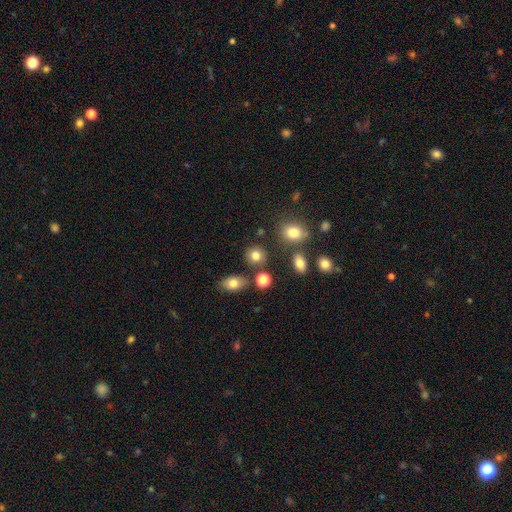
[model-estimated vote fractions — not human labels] smooth 80%, star or artifact 12%, featured or disk 8%. Down the decision tree: how rounded — round (77%); merging — none (78%).